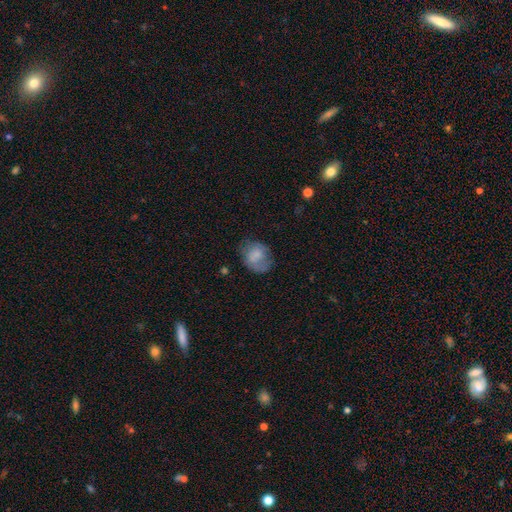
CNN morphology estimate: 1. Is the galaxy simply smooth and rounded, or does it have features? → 69% smooth, 22% featured or disk, 9% star or artifact.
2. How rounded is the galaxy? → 54% round, 45% in between, 1% cigar-shaped.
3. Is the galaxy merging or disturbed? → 50% none, 29% minor disturbance, 19% major disturbance, 3% merger.